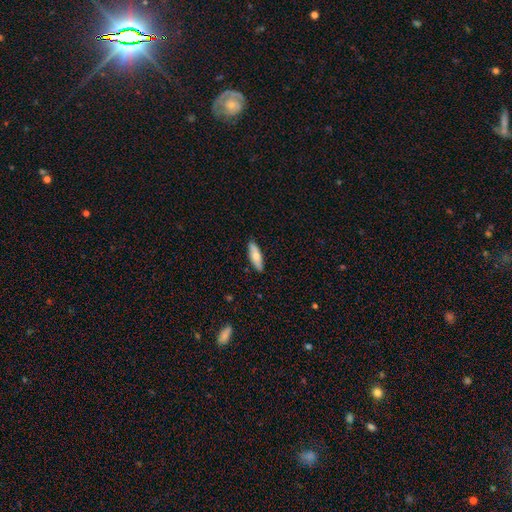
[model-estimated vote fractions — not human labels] Smooth or featured? smooth (70%)
How rounded? in between (51%)
Merging? none (88%)